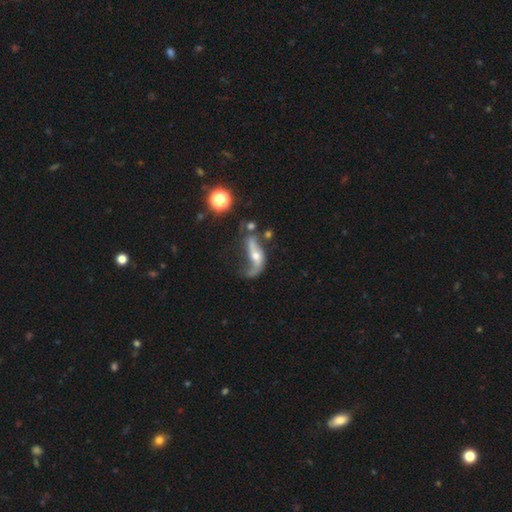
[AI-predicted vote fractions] A featured or disk galaxy (76%) with no bar (52%), 2 (71%) loose (87%) spiral arms (86%) and a moderate central bulge (53%).

Vote fractions:
- Smooth or featured? featured or disk: 76% / smooth: 16% / star or artifact: 9%
- Edge-on disk? no: 86% / yes: 14%
- Bar? no: 52% / weak: 26% / strong: 22%
- Spiral arms? yes: 86% / no: 14%
- Spiral winding? loose: 87% / medium: 10% / tight: 3%
- Spiral arm count? 2: 71% / 1: 22% / can't tell: 4% / 3: 1% / 4: 1% / more than 4: 1%
- Bulge size? moderate: 53% / small: 39% / large: 4% / none: 3% / dominant: 1%
- Merging? none: 37% / major disturbance: 30% / minor disturbance: 20% / merger: 13%